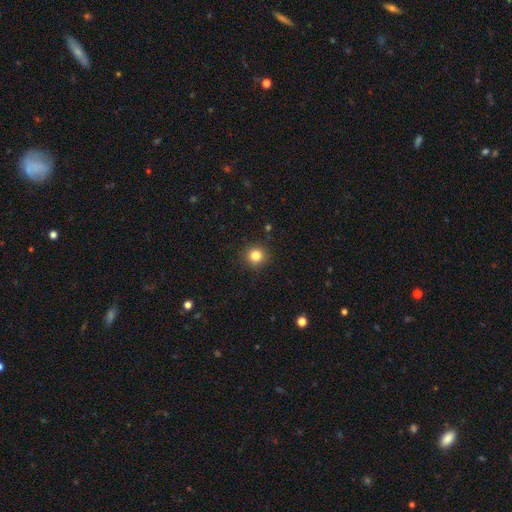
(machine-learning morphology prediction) smooth 83%, star or artifact 12%, featured or disk 5%. Down the decision tree: how rounded — round (92%); merging — none (90%).